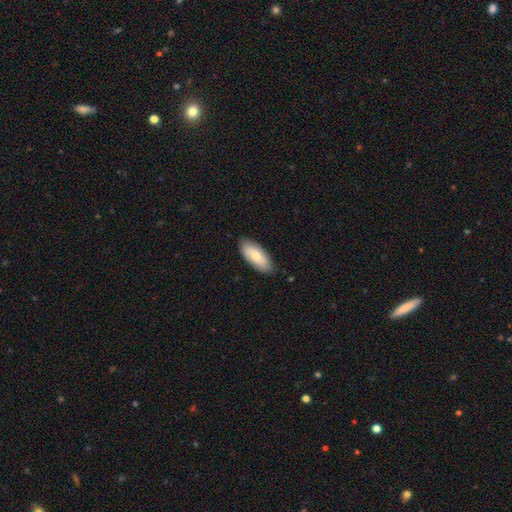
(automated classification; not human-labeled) smooth-or-featured: smooth: 73% | featured or disk: 22% | star or artifact: 5%
  how-rounded: in between: 84% | cigar-shaped: 14% | round: 2%
  merging: none: 85% | minor disturbance: 12% | major disturbance: 2% | merger: 1%